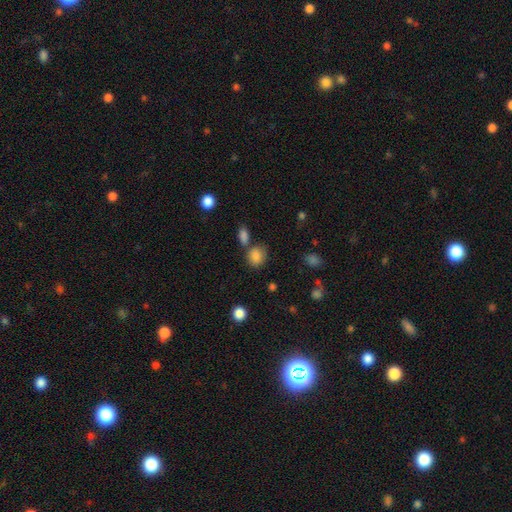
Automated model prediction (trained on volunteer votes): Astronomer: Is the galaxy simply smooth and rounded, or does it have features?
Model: smooth — 85%.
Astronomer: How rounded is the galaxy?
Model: round — 65%.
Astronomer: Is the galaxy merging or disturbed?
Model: none — 65%.